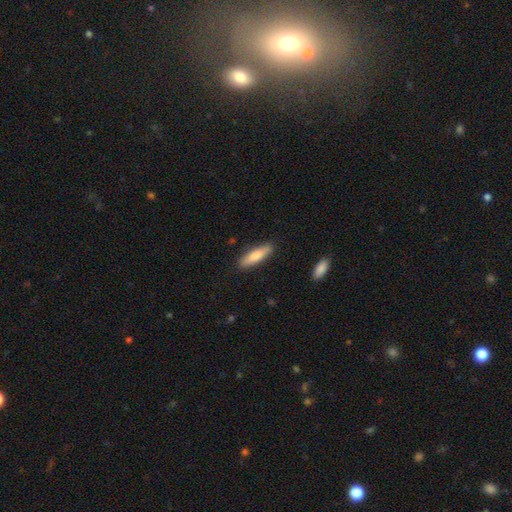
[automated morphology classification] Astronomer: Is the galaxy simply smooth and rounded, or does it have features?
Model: smooth — 80%.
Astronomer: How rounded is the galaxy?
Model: cigar-shaped — 65%.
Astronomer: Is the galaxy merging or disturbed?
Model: none — 87%.